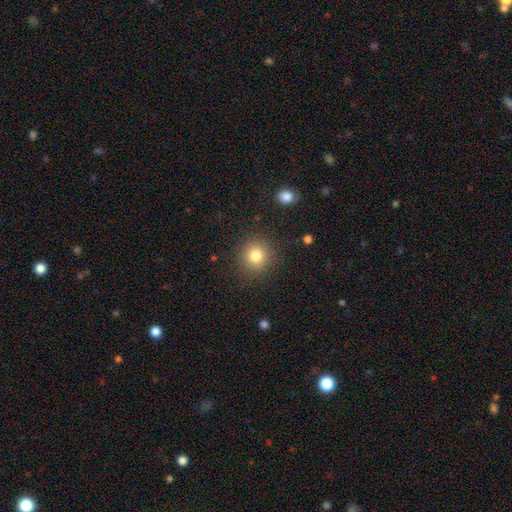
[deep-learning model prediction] Smooth or featured?
  - smooth: 81% *
  - star or artifact: 12%
  - featured or disk: 7%
How rounded?
  - round: 92% *
  - in between: 7%
  - cigar-shaped: 1%
Merging?
  - none: 88% *
  - minor disturbance: 8%
  - major disturbance: 3%
  - merger: 1%